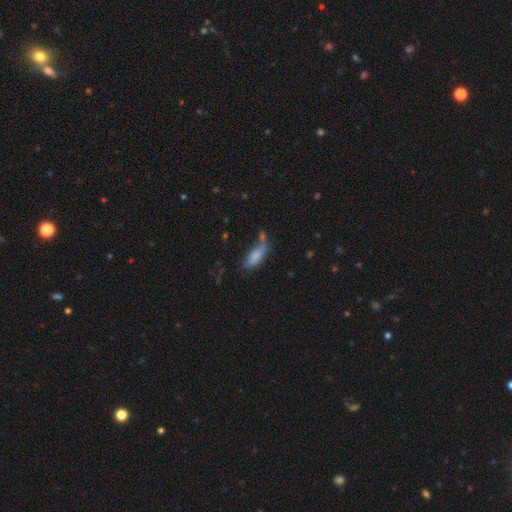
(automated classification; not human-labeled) smooth 82%, featured or disk 11%, star or artifact 7%. Down the decision tree: how rounded — in between (63%); merging — none (52%).